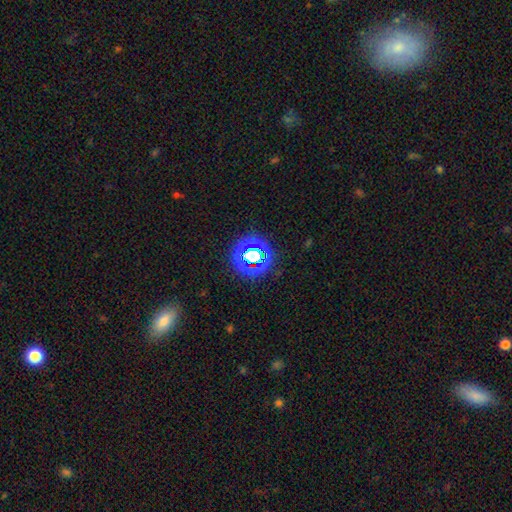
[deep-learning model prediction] The model was most divided on "smooth or featured": star or artifact: 63%, smooth: 25%, featured or disk: 12%.